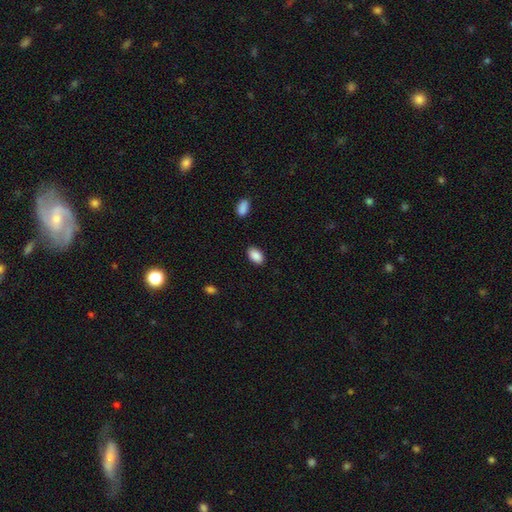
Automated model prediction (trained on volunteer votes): smooth-or-featured: smooth: 89% | star or artifact: 7% | featured or disk: 4%
  how-rounded: in between: 92% | round: 6% | cigar-shaped: 1%
  merging: none: 87% | minor disturbance: 10% | major disturbance: 2% | merger: 1%